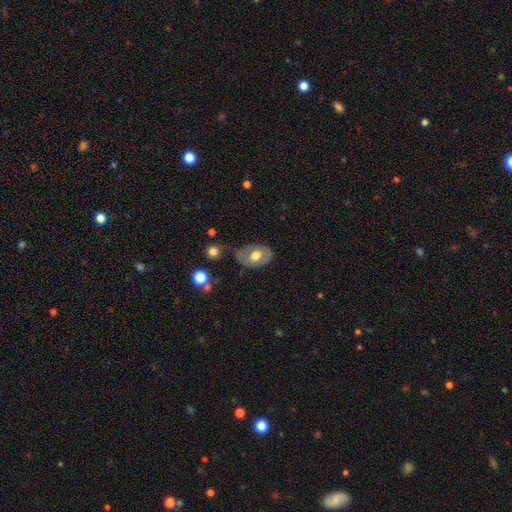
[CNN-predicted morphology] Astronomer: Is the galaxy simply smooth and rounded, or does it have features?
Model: smooth — 56% (runner-up: featured or disk, 37%).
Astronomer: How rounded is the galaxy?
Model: in between — 83%.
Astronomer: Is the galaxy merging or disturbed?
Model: none — 61%.